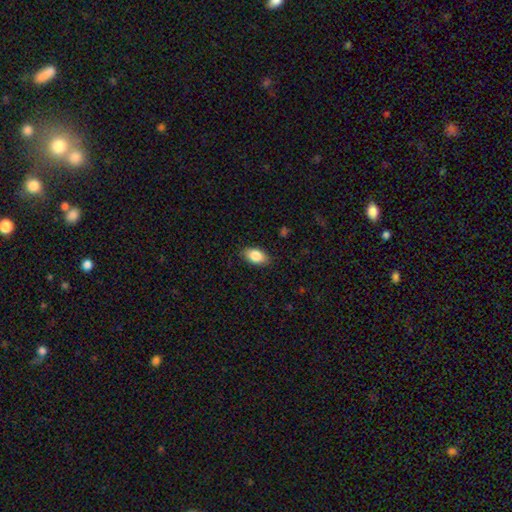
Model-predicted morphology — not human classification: smooth 85%, featured or disk 8%, star or artifact 7%. Down the decision tree: how rounded — in between (91%); merging — none (86%).